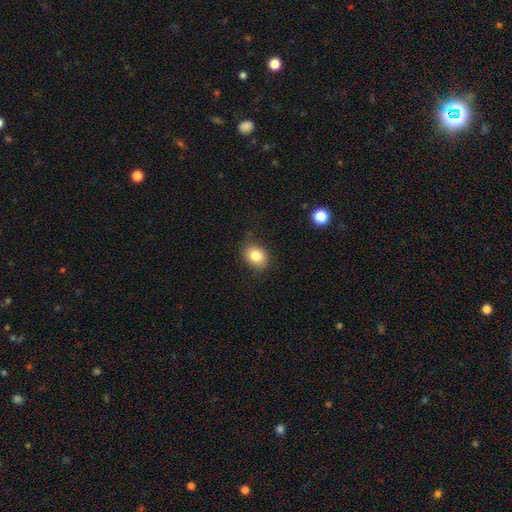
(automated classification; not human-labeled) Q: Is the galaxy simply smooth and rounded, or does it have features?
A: smooth — 83%.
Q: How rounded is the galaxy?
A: in between — 55%.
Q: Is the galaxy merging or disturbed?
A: none — 83%.